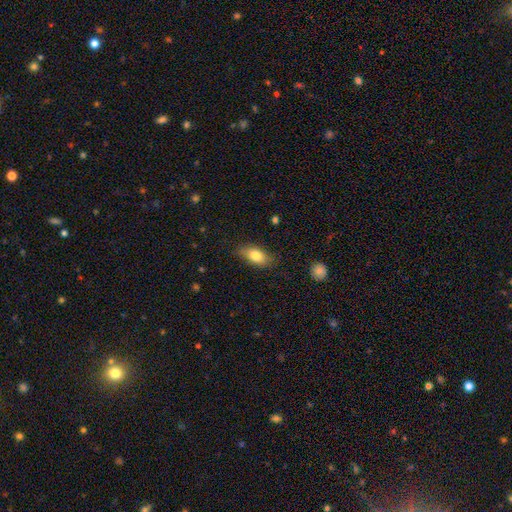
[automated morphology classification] Smooth or featured?
  - smooth: 80% *
  - featured or disk: 12%
  - star or artifact: 7%
How rounded?
  - in between: 87% *
  - cigar-shaped: 7%
  - round: 5%
Merging?
  - none: 80% *
  - minor disturbance: 16%
  - major disturbance: 4%
  - merger: 1%